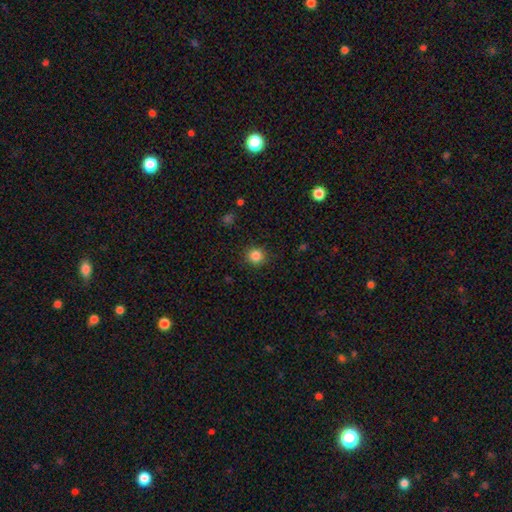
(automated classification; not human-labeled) A smooth galaxy with no disk features (85%) that is round (91%).

Vote fractions:
- Smooth or featured? smooth: 85% / star or artifact: 11% / featured or disk: 4%
- How rounded? round: 91% / in between: 8% / cigar-shaped: 1%
- Merging? none: 89% / minor disturbance: 7% / major disturbance: 2% / merger: 1%